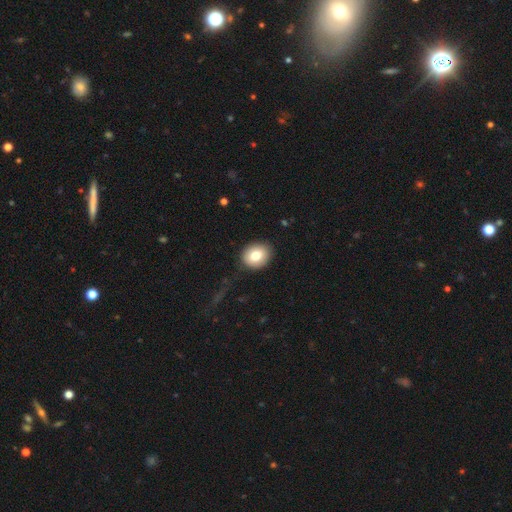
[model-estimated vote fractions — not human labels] Morphology: type=smooth (78%); roundness=round (59%); merging=none (86%).